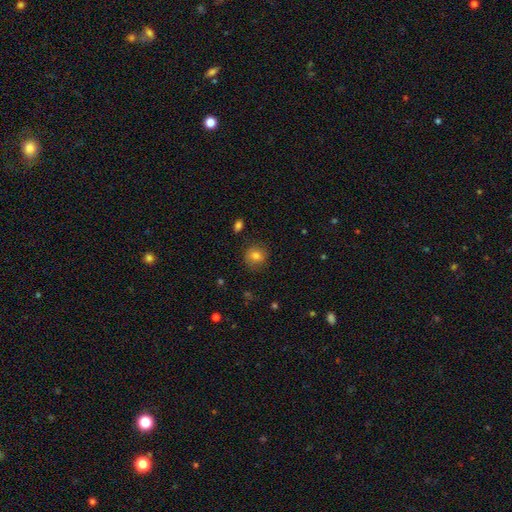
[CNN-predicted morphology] The model was most divided on "smooth or featured": smooth: 78%, featured or disk: 11%, star or artifact: 10%. More confident: how rounded — round (84%); merging — none (83%).